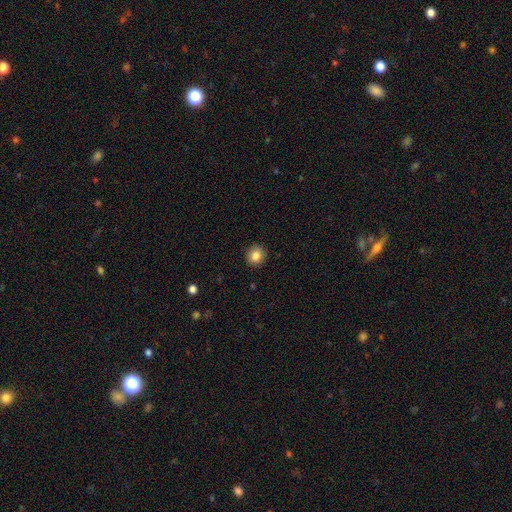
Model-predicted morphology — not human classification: This appears to be a smooth galaxy with no disk features (84%) that is round (87%). Merging: none (91%).